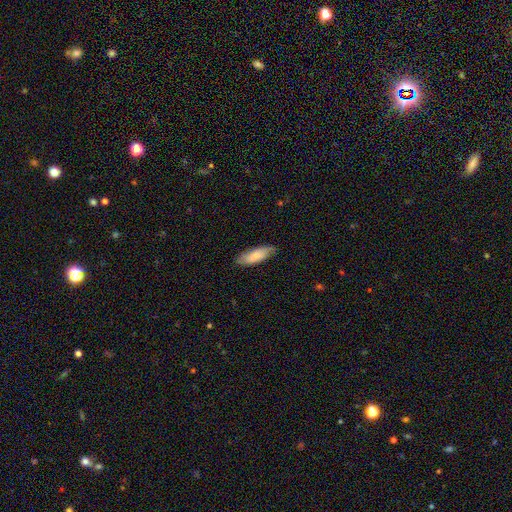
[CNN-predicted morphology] smooth_or_featured: smooth (p=0.80) [alt: featured or disk p=0.14]
how_rounded: in between (p=0.61) [alt: cigar-shaped p=0.37]
merging: none (p=0.76) [alt: minor disturbance p=0.19]